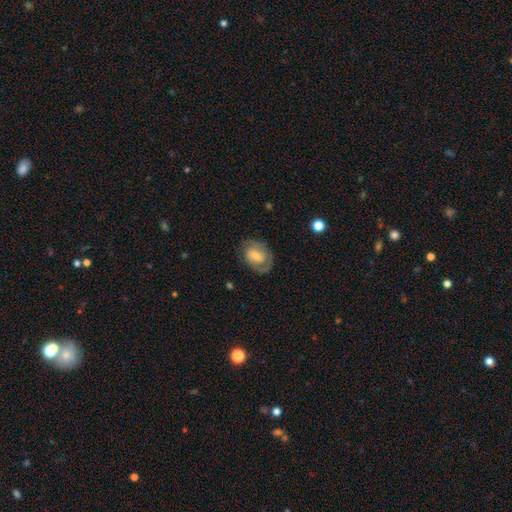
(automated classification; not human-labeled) Q: Smooth or featured?
A: featured or disk (56%); runner-up: smooth (37%)
Q: Edge-on disk?
A: no (96%); runner-up: yes (4%)
Q: Bar?
A: weak (44%); runner-up: no (42%)
Q: Spiral arms?
A: yes (78%); runner-up: no (22%)
Q: Bulge size?
A: moderate (47%); runner-up: small (42%)
Q: Merging?
A: none (70%); runner-up: minor disturbance (19%)